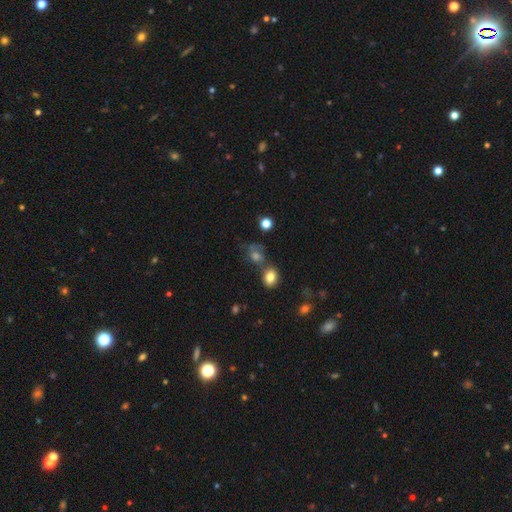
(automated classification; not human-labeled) smooth_or_featured: smooth (p=0.59) [alt: star or artifact p=0.24]
how_rounded: round (p=0.63) [alt: in between p=0.35]
merging: none (p=0.51) [alt: merger p=0.23]